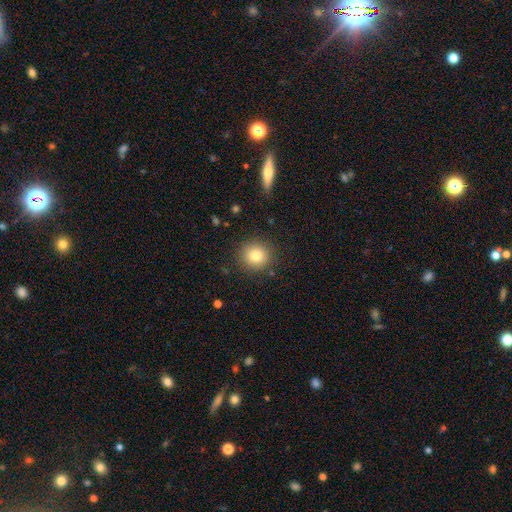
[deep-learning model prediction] smooth 80%, star or artifact 11%, featured or disk 9%. Down the decision tree: how rounded — round (91%); merging — none (89%).